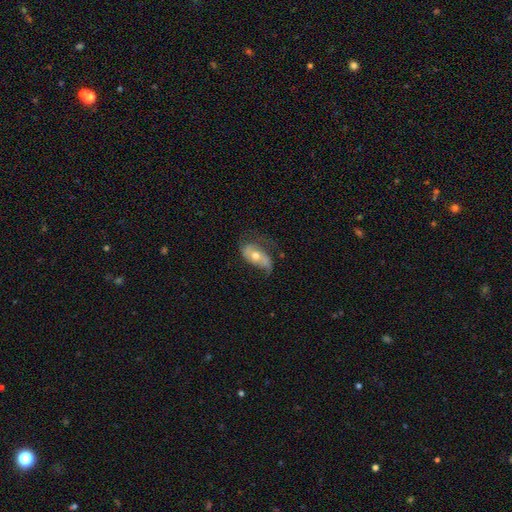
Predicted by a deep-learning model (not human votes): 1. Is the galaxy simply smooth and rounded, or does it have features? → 64% featured or disk, 28% smooth, 7% star or artifact.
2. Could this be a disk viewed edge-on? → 91% no, 9% yes.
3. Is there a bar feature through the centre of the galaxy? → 65% no, 22% weak, 13% strong.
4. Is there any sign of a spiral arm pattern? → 79% yes, 21% no.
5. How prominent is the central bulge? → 70% moderate, 23% small, 5% large, 1% none, 1% dominant.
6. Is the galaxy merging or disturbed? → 48% none, 28% minor disturbance, 22% major disturbance, 2% merger.